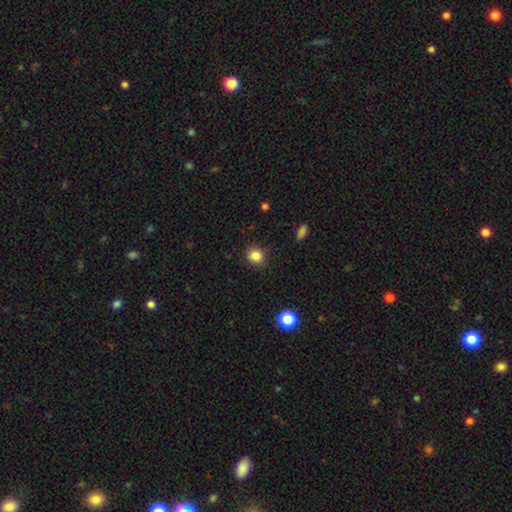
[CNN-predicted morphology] This is clearly a smooth galaxy (85%). How rounded: clearly round (83%). Merging: clearly none (89%).